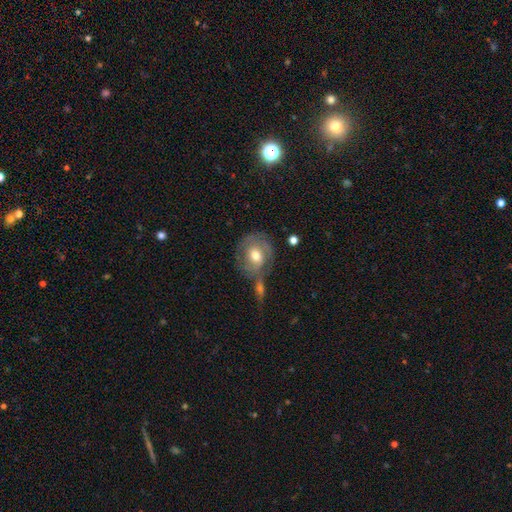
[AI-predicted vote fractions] Smooth or featured?
  - featured or disk: 52% *
  - smooth: 41%
  - star or artifact: 7%
Edge-on disk?
  - no: 95% *
  - yes: 5%
Merging?
  - none: 47% *
  - merger: 24%
  - minor disturbance: 17%
  - major disturbance: 11%